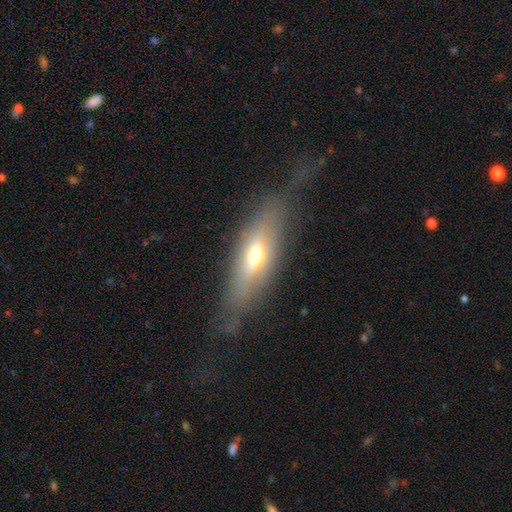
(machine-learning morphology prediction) Smooth or featured?
  - smooth: 49% *
  - featured or disk: 41%
  - star or artifact: 10%
Merging?
  - none: 74% *
  - minor disturbance: 15%
  - major disturbance: 9%
  - merger: 2%